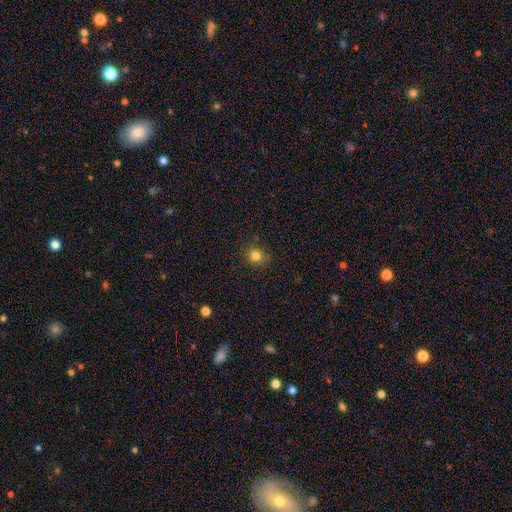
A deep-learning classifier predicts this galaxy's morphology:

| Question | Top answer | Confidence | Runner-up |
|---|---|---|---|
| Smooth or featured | smooth | 82% | star or artifact (13%) |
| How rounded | round | 81% | in between (18%) |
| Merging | none | 85% | minor disturbance (11%) |